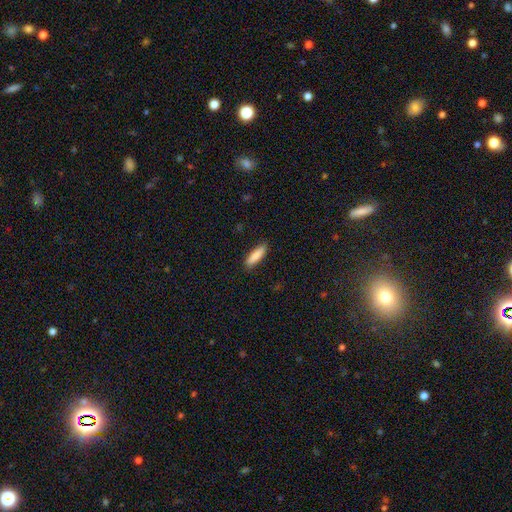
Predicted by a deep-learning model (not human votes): Smooth or featured: smooth — 86% (featured or disk — 9%)
How rounded: cigar-shaped — 59% (in between — 40%)
Merging: none — 89% (minor disturbance — 8%)